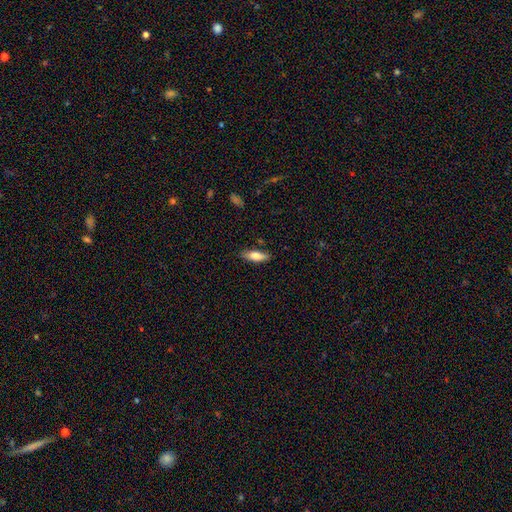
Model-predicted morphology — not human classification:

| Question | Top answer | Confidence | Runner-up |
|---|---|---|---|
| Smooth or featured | smooth | 75% | featured or disk (19%) |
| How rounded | in between | 56% | cigar-shaped (42%) |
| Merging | none | 84% | minor disturbance (12%) |